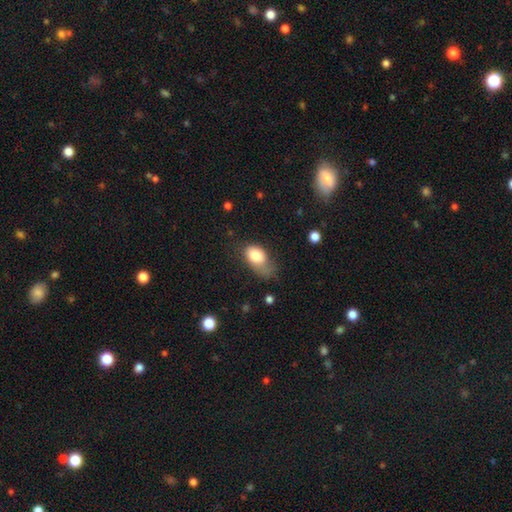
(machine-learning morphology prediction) Smooth or featured?
  - smooth: 79% *
  - featured or disk: 13%
  - star or artifact: 8%
How rounded?
  - in between: 86% *
  - round: 12%
  - cigar-shaped: 2%
Merging?
  - minor disturbance: 35% *
  - major disturbance: 31%
  - none: 29%
  - merger: 5%